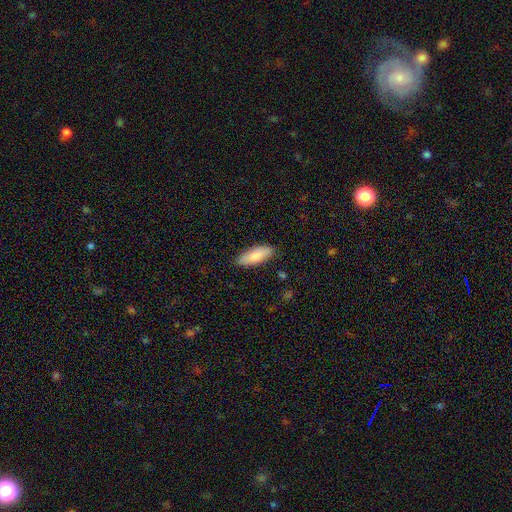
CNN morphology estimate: Overall: smooth (84%). How rounded: in between (67%; cigar-shaped 31%). Merging: none (86%).